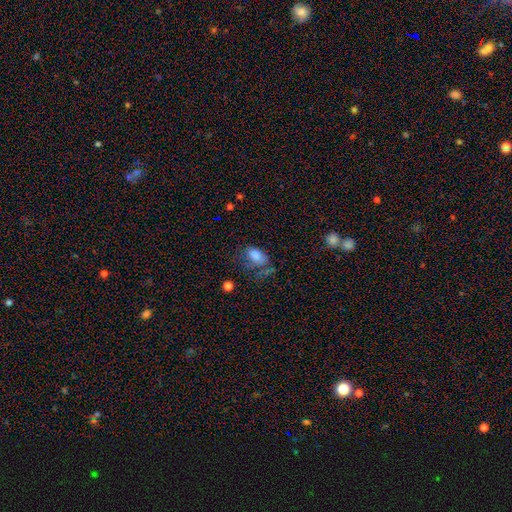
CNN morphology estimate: smooth 76%, featured or disk 13%, star or artifact 11%. Down the decision tree: how rounded — in between (89%); merging — none (36%).